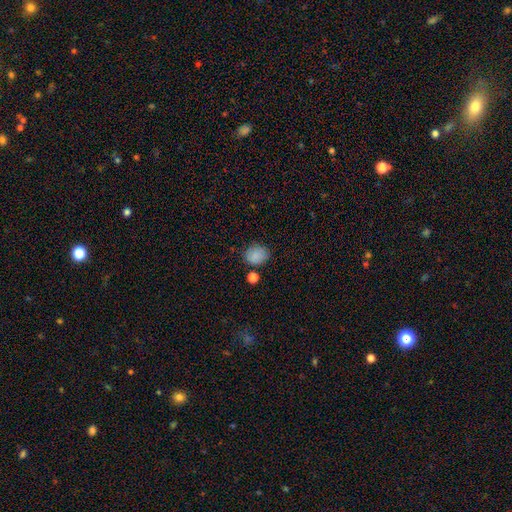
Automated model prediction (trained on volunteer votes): This appears to be a smooth galaxy with no disk features (85%) that is round (61%). Merging: none (76%).